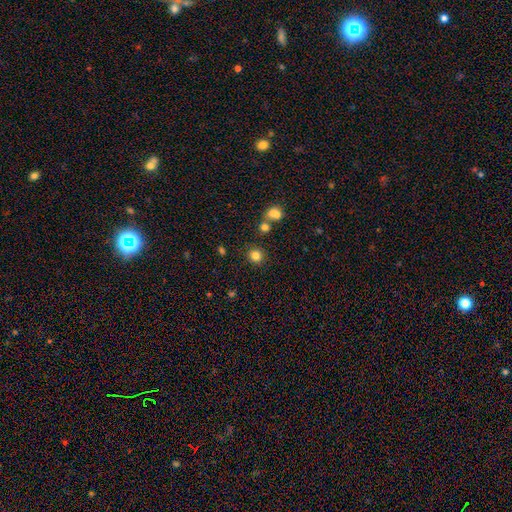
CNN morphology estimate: smooth_or_featured: smooth (p=0.82) [alt: star or artifact p=0.13]
how_rounded: round (p=0.90) [alt: in between p=0.09]
merging: none (p=0.85) [alt: minor disturbance p=0.07]